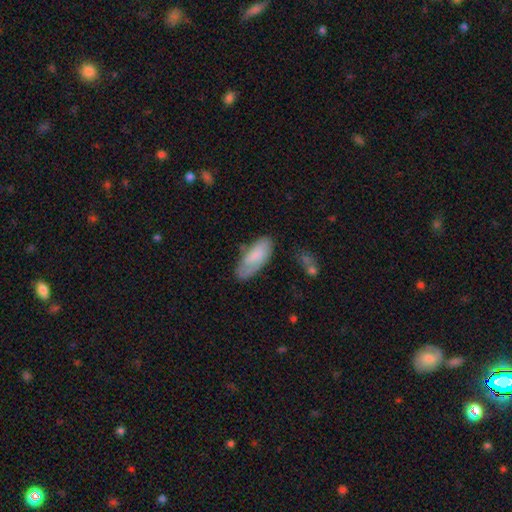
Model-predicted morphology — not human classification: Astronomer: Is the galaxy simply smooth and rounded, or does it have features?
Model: smooth — 74%.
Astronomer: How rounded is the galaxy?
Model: in between — 81%.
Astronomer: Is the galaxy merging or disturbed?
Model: none — 62%.